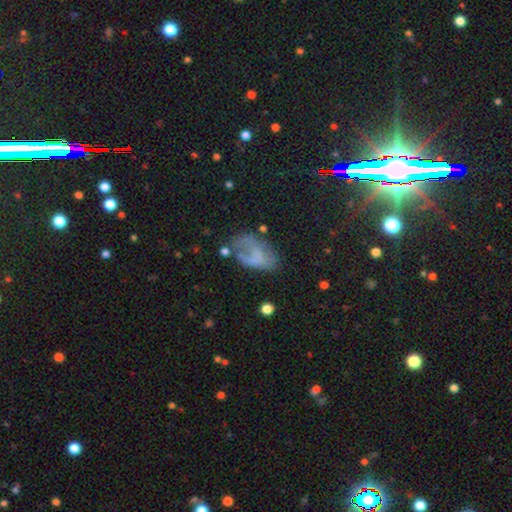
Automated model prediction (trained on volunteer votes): smooth 46%, featured or disk 37%, star or artifact 16%. Down the decision tree: merging — none (37%).